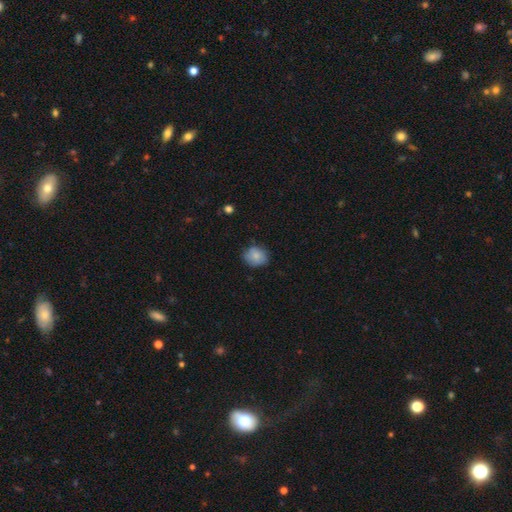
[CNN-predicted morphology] A smooth galaxy with no disk features (81%) that is round (65%).

Vote fractions:
- Smooth or featured? smooth: 81% / featured or disk: 11% / star or artifact: 8%
- How rounded? round: 65% / in between: 34% / cigar-shaped: 1%
- Merging? none: 71% / minor disturbance: 24% / major disturbance: 4% / merger: 2%